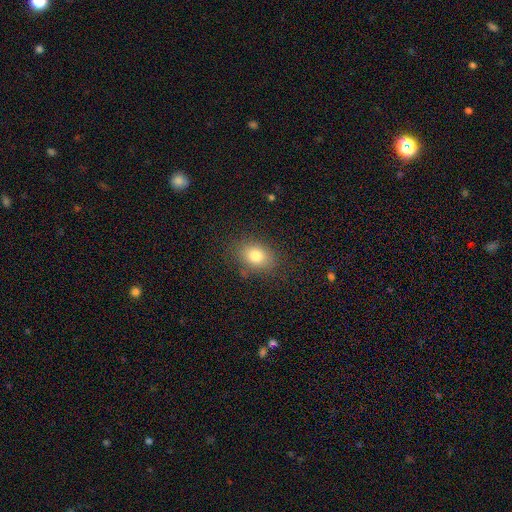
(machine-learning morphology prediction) Smooth or featured?
  - smooth: 79% *
  - star or artifact: 11%
  - featured or disk: 10%
How rounded?
  - in between: 70% *
  - round: 29%
  - cigar-shaped: 1%
Merging?
  - none: 82% *
  - minor disturbance: 13%
  - major disturbance: 4%
  - merger: 2%